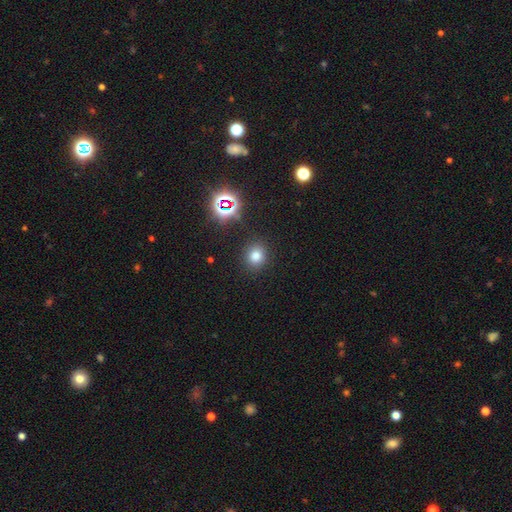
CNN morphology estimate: A smooth galaxy with no disk features (75%) that is round (74%).

Vote fractions:
- Smooth or featured? smooth: 75% / star or artifact: 19% / featured or disk: 6%
- How rounded? round: 74% / in between: 25% / cigar-shaped: 1%
- Merging? none: 86% / minor disturbance: 8% / major disturbance: 3% / merger: 2%